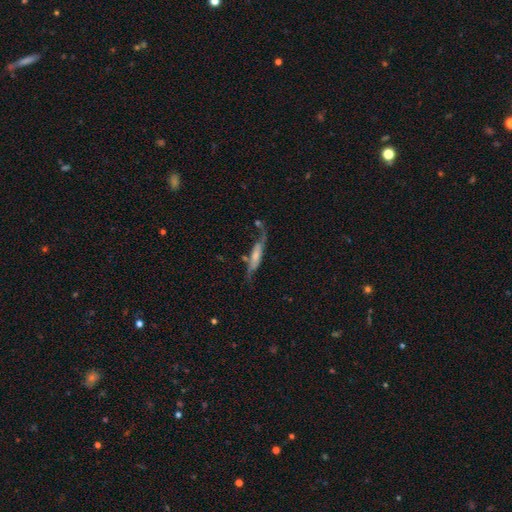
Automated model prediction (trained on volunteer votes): Smooth or featured? Predicted: featured or disk (p=0.59). Edge-on disk? Predicted: no (p=0.57). Merging? Predicted: none (p=0.42).